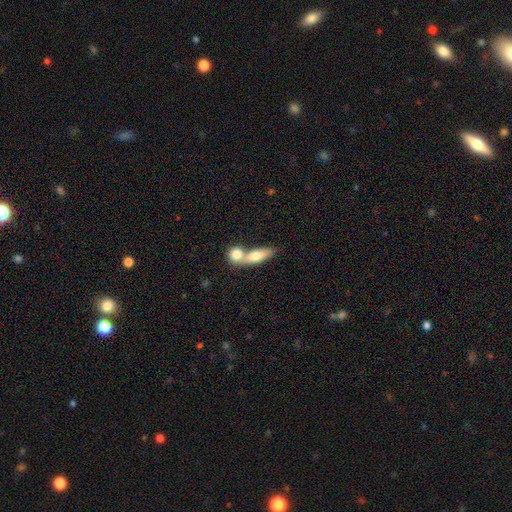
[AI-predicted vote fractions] smooth 71%, featured or disk 23%, star or artifact 6%. Down the decision tree: how rounded — in between (51%); merging — merger (62%).